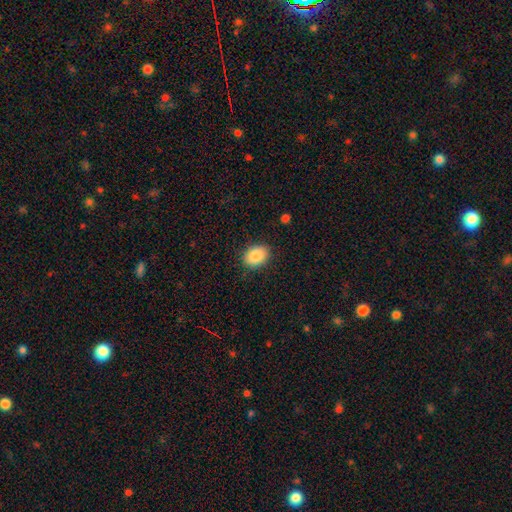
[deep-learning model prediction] This appears to be a smooth galaxy with no disk features (88%) that is in between round and cigar-shaped (73%). Merging: none (87%).